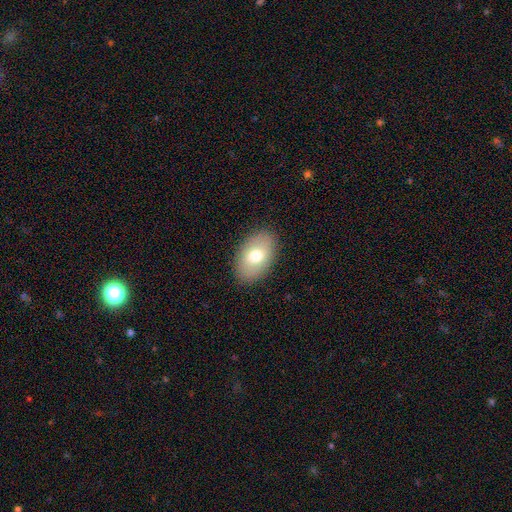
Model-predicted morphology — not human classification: A smooth galaxy with no disk features (71%) that is in between round and cigar-shaped (90%).

Vote fractions:
- Smooth or featured? smooth: 71% / featured or disk: 22% / star or artifact: 7%
- How rounded? in between: 90% / round: 9% / cigar-shaped: 1%
- Merging? none: 87% / minor disturbance: 9% / major disturbance: 3% / merger: 1%